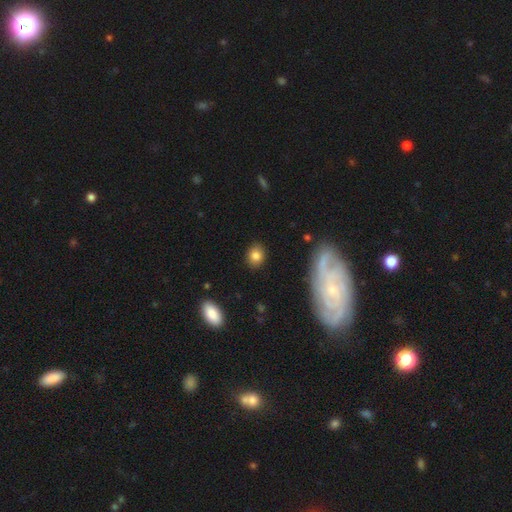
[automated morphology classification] smooth 82%, star or artifact 10%, featured or disk 8%. Down the decision tree: how rounded — round (58%); merging — none (87%).